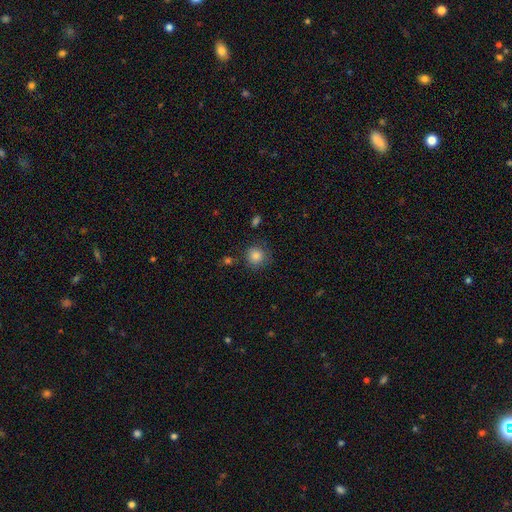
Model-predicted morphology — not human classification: A smooth galaxy with no disk features (85%) that is round (90%). Merging: none (80%).